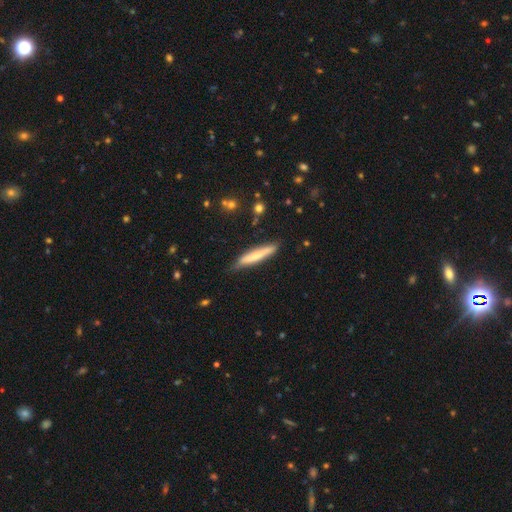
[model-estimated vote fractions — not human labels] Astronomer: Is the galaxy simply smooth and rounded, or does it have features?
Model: smooth — 60%.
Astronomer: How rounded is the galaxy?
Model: cigar-shaped — 91%.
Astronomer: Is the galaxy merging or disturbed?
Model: none — 78%.